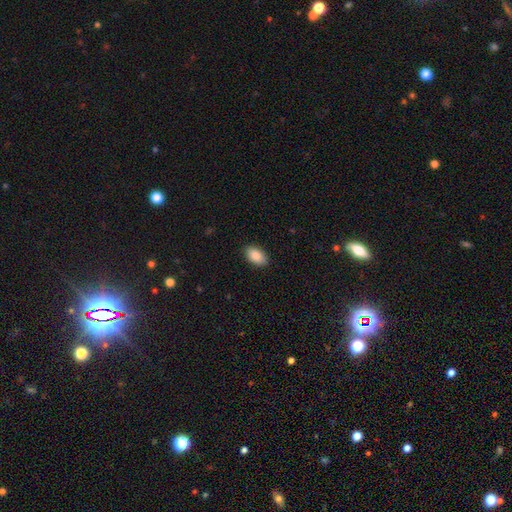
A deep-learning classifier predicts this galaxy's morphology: This appears to be a smooth galaxy with no disk features (86%) that is in between round and cigar-shaped (94%). Merging: none (89%).